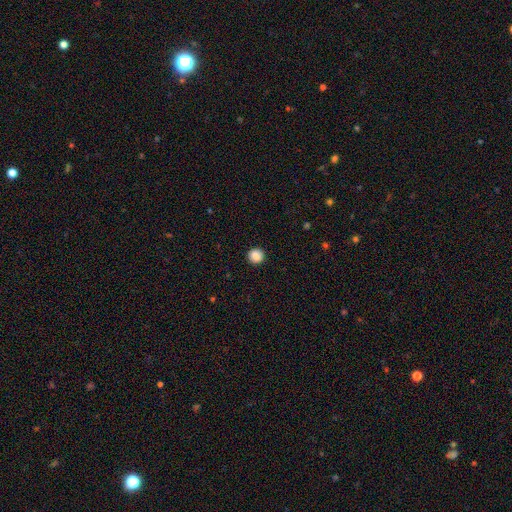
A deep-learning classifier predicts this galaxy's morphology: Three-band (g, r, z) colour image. It shows a smooth galaxy with no disk features (88%) that is round (93%). Merging: none (92%).